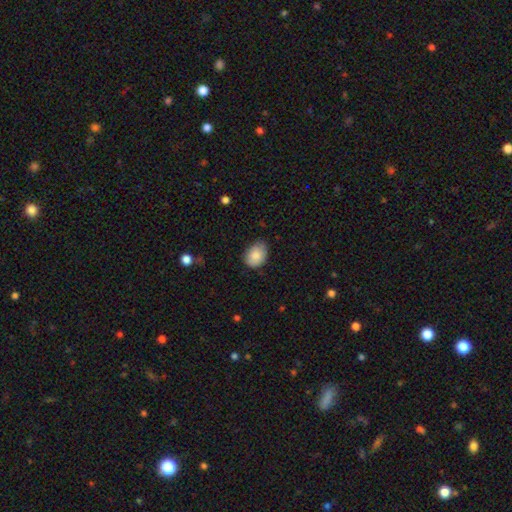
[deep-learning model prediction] Smooth or featured: smooth — 86% (star or artifact — 7%)
How rounded: in between — 74% (round — 25%)
Merging: none — 75% (minor disturbance — 21%)